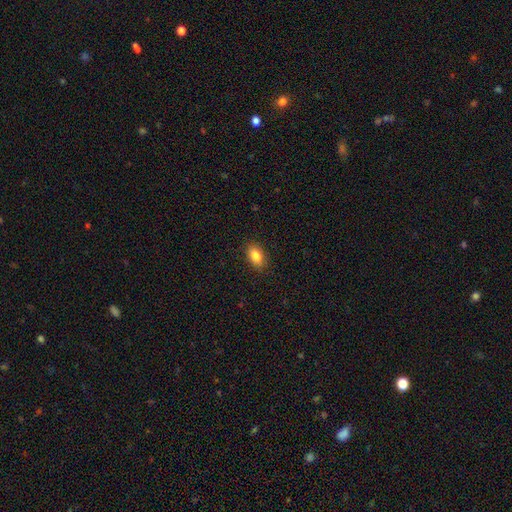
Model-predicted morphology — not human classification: Smooth or featured: smooth — 85% (star or artifact — 8%)
How rounded: in between — 88% (round — 9%)
Merging: none — 88% (minor disturbance — 9%)